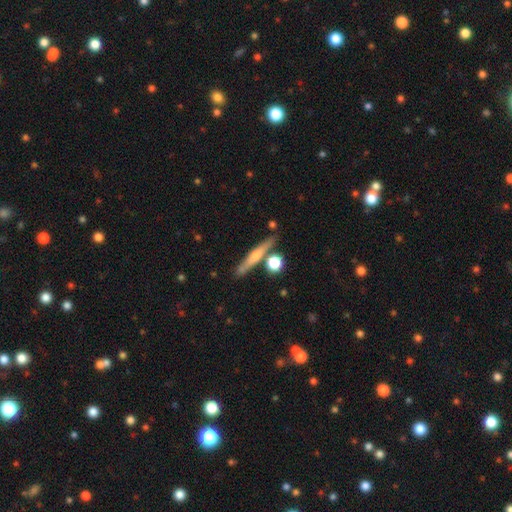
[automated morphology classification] Smooth or featured: featured or disk — 49% (smooth — 43%)
Merging: none — 79% (minor disturbance — 10%)